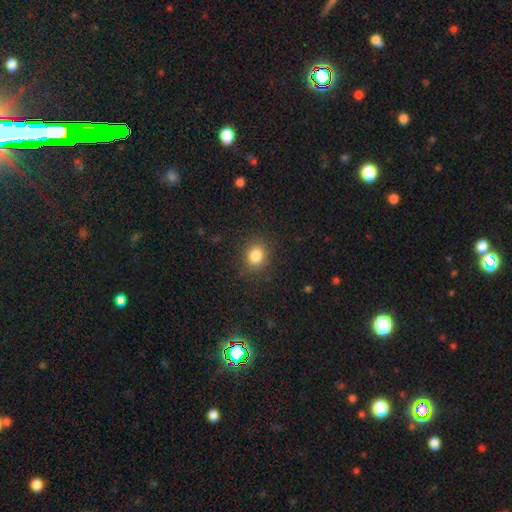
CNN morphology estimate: The model was most divided on "how rounded": round: 64%, in between: 35%, cigar-shaped: 1%. More confident: merging — none (86%); smooth or featured — smooth (83%).